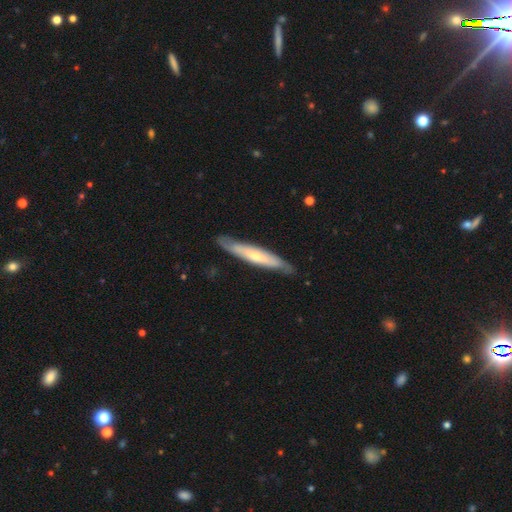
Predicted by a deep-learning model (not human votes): Smooth or featured? Predicted: featured or disk (p=0.56). Edge-on disk? Predicted: yes (p=0.72). Merging? Predicted: none (p=0.81).